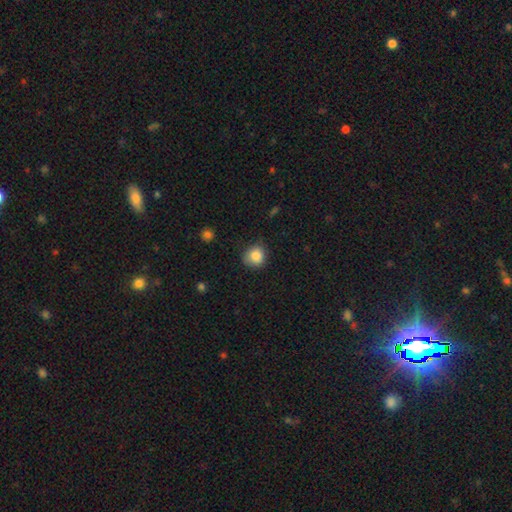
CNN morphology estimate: type=smooth (85%); roundness=round (86%); merging=none (75%).